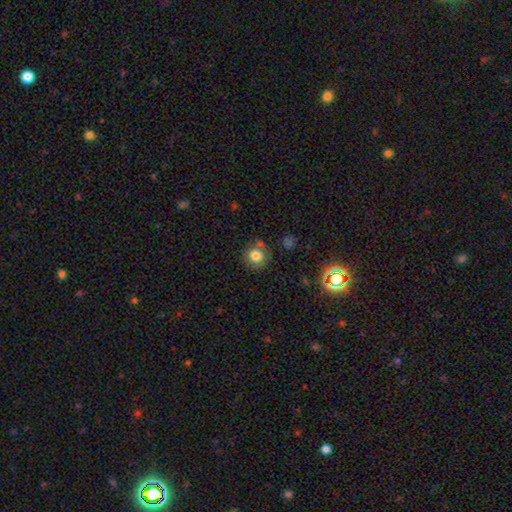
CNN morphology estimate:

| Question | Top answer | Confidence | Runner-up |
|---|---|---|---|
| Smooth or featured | smooth | 80% | star or artifact (12%) |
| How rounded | round | 91% | in between (8%) |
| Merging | none | 76% | minor disturbance (14%) |